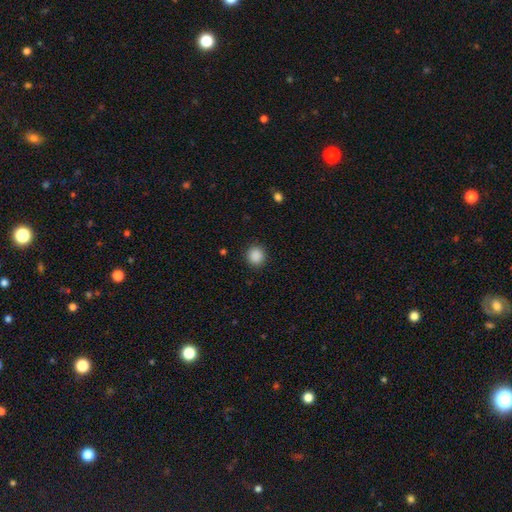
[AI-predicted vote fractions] Smooth or featured? Predicted: smooth (p=0.88). How rounded? Predicted: round (p=0.91). Merging? Predicted: none (p=0.91).